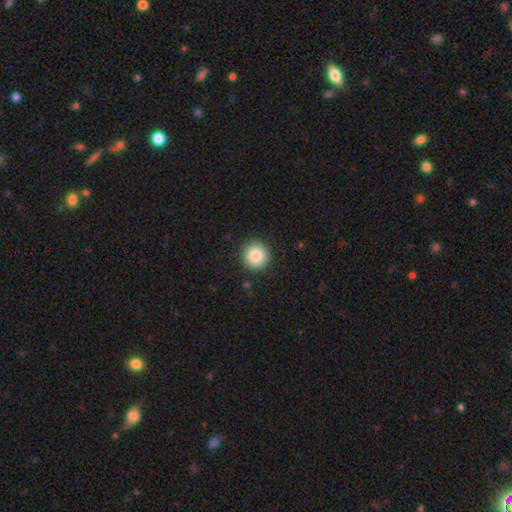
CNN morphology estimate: Q: Smooth or featured?
A: smooth (87%); runner-up: star or artifact (8%)
Q: How rounded?
A: round (94%); runner-up: in between (5%)
Q: Merging?
A: none (91%); runner-up: minor disturbance (6%)